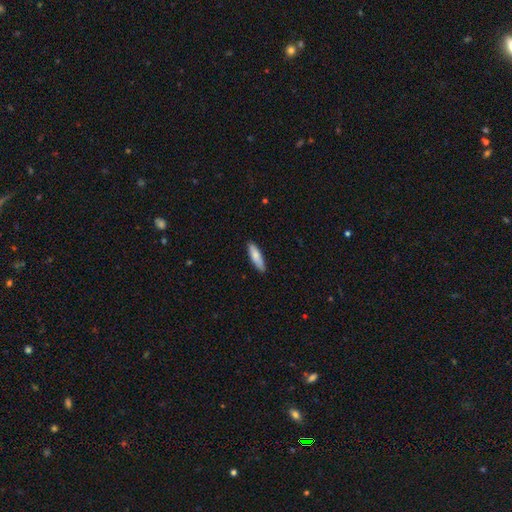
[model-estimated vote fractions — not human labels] This appears to be a smooth galaxy with no disk features (81%) that is cigar-shaped (63%). Merging: none (88%).